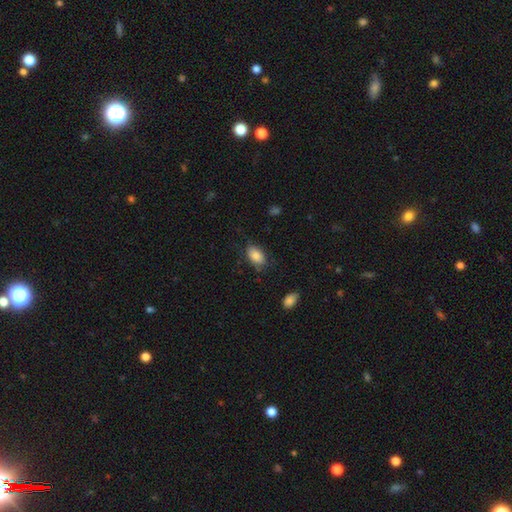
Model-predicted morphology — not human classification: smooth 85%, featured or disk 9%, star or artifact 7%. Down the decision tree: how rounded — in between (92%); merging — none (70%).